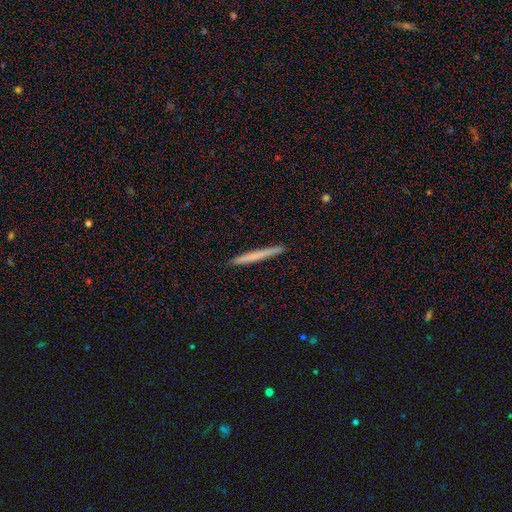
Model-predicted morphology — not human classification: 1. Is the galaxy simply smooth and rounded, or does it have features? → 63% smooth, 31% featured or disk, 6% star or artifact.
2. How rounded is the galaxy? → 97% cigar-shaped, 2% in between, 1% round.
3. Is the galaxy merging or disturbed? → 92% none, 6% minor disturbance, 1% major disturbance, 1% merger.